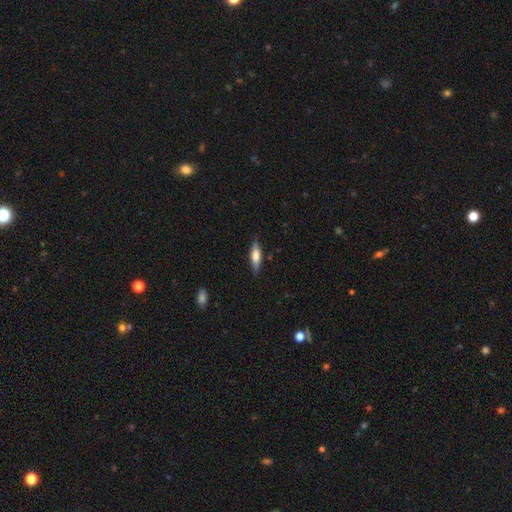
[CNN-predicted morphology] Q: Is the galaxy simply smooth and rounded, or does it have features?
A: smooth — 60%.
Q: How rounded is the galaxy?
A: cigar-shaped — 59%.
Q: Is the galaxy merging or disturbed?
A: none — 84%.